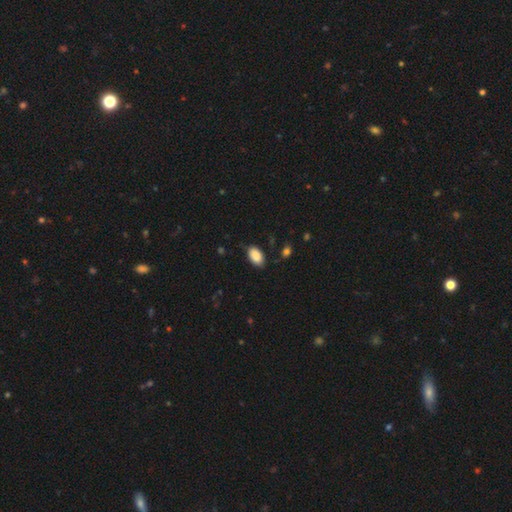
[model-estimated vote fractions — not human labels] smooth_or_featured: smooth (p=0.89) [alt: star or artifact p=0.07]
how_rounded: in between (p=0.93) [alt: round p=0.05]
merging: none (p=0.79) [alt: minor disturbance p=0.16]